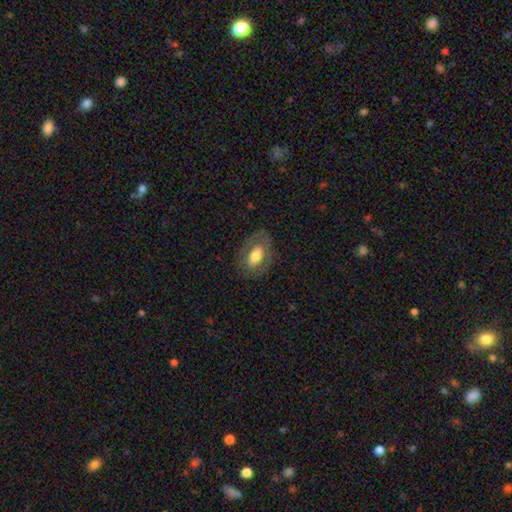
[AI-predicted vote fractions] Smooth or featured? smooth (56%)
How rounded? in between (87%)
Merging? none (76%)